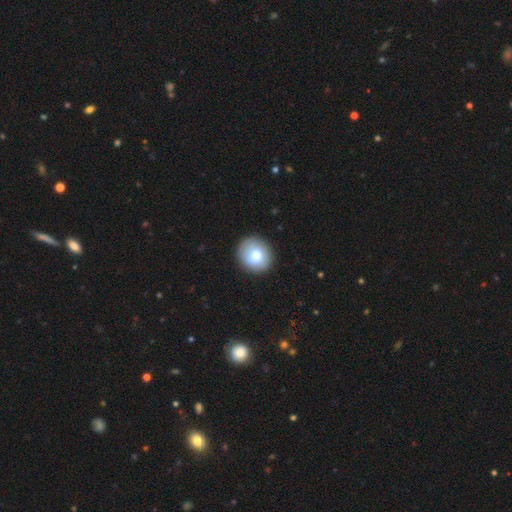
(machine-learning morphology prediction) Overall: smooth (77%). How rounded: round (81%). Merging: none (88%).